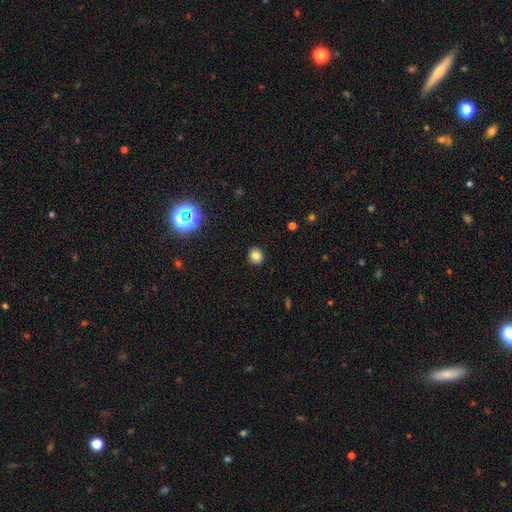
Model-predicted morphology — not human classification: This is likely a smooth galaxy (79%). How rounded: clearly round (85%). Merging: clearly none (91%).